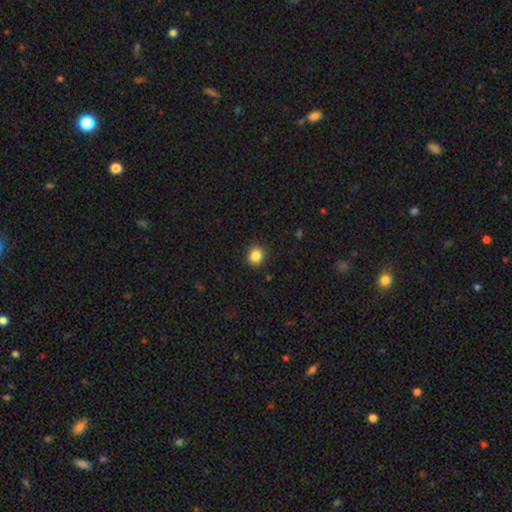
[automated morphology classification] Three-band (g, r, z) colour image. It shows a smooth galaxy with no disk features (86%) that is round (80%). Merging: none (90%).